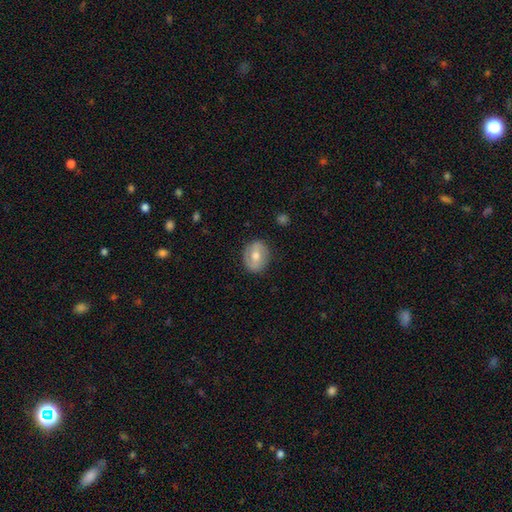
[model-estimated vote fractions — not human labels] This is possibly a smooth galaxy (50%). Merging: clearly none (85%).